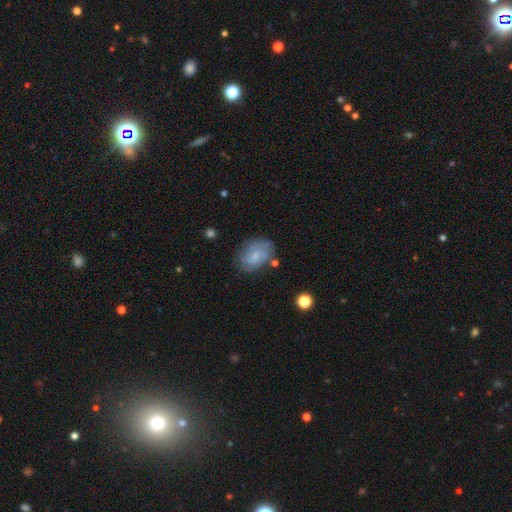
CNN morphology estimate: smooth_or_featured: smooth (p=0.55) [alt: featured or disk p=0.36]
how_rounded: in between (p=0.81) [alt: round p=0.18]
merging: none (p=0.64) [alt: minor disturbance p=0.23]